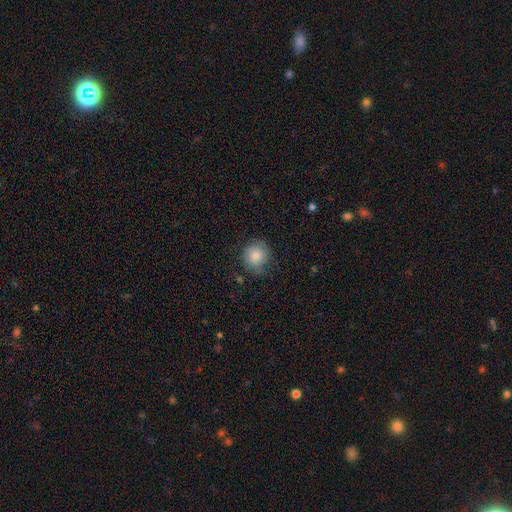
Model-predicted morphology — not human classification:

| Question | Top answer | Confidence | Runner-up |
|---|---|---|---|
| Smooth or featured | smooth | 81% | featured or disk (11%) |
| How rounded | round | 89% | in between (10%) |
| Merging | none | 75% | minor disturbance (18%) |